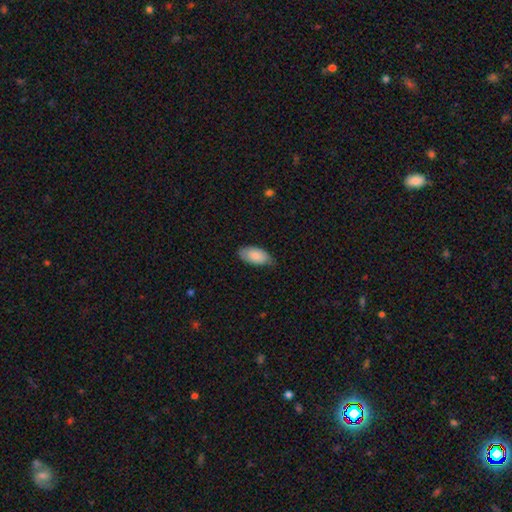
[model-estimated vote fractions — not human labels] Morphology: type=smooth (83%); roundness=in between (94%); merging=none (69%).